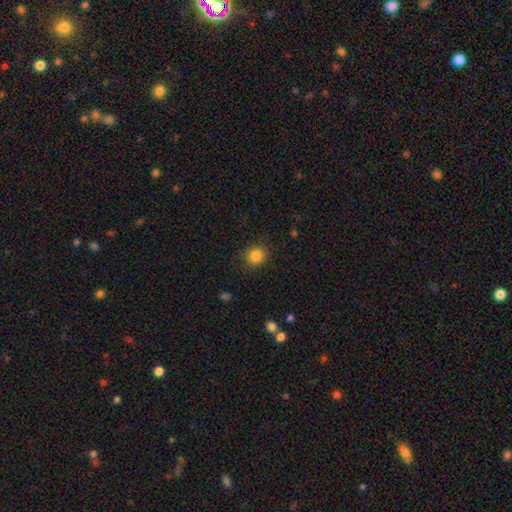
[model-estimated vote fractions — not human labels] A smooth galaxy with no disk features (85%) that is round (86%).

Vote fractions:
- Smooth or featured? smooth: 85% / star or artifact: 11% / featured or disk: 5%
- How rounded? round: 86% / in between: 13% / cigar-shaped: 1%
- Merging? none: 88% / minor disturbance: 8% / major disturbance: 3% / merger: 1%